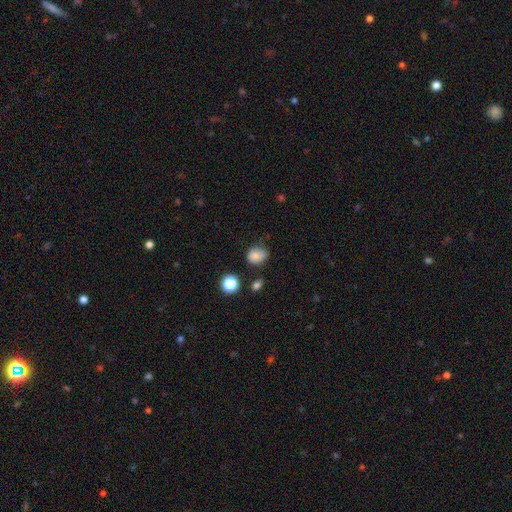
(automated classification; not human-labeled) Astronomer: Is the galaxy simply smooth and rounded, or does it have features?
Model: smooth — 79%.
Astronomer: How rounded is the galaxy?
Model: round — 67%.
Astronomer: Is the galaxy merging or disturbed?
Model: none — 67%.